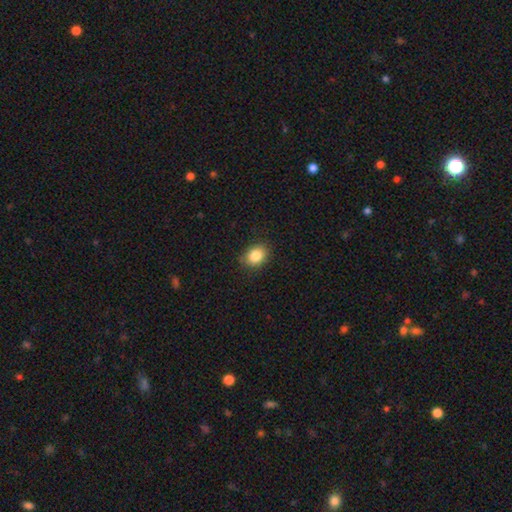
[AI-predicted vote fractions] A smooth galaxy with no disk features (85%) that is in between round and cigar-shaped (56%).

Vote fractions:
- Smooth or featured? smooth: 85% / star or artifact: 10% / featured or disk: 6%
- How rounded? in between: 56% / round: 43% / cigar-shaped: 1%
- Merging? none: 85% / minor disturbance: 11% / major disturbance: 3% / merger: 1%